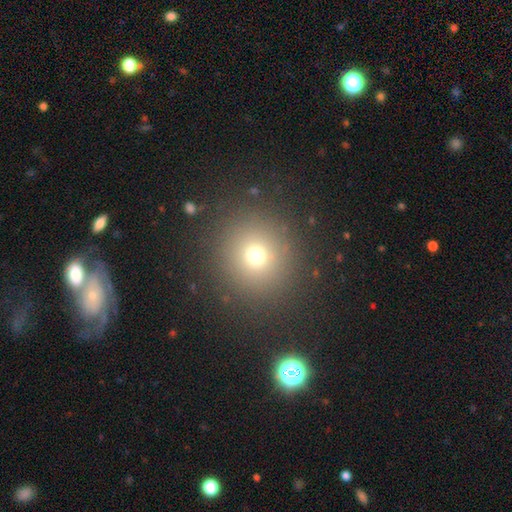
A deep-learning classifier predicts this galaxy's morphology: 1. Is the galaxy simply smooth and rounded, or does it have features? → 69% smooth, 20% star or artifact, 10% featured or disk.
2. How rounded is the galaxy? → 93% round, 6% in between, 1% cigar-shaped.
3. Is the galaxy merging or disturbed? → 88% none, 6% minor disturbance, 4% major disturbance, 2% merger.